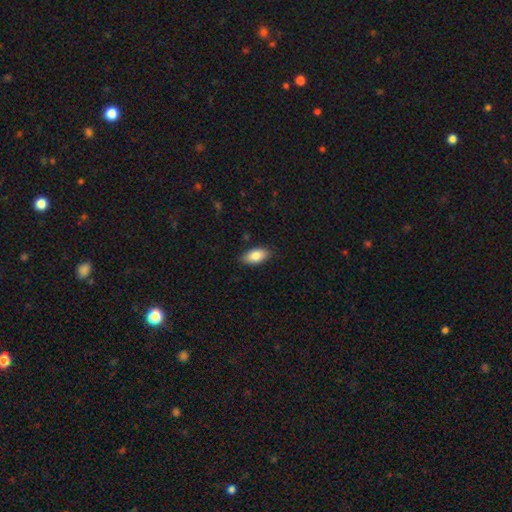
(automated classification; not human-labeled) This is clearly a smooth galaxy (86%). How rounded: clearly in between (92%). Merging: clearly none (86%).